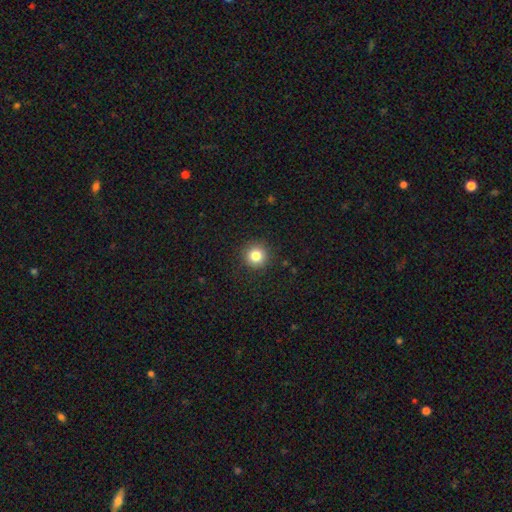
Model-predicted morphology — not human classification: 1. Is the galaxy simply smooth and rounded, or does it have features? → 82% smooth, 11% star or artifact, 6% featured or disk.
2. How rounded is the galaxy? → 95% round, 4% in between, 1% cigar-shaped.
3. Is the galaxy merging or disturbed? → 91% none, 6% minor disturbance, 2% major disturbance, 1% merger.